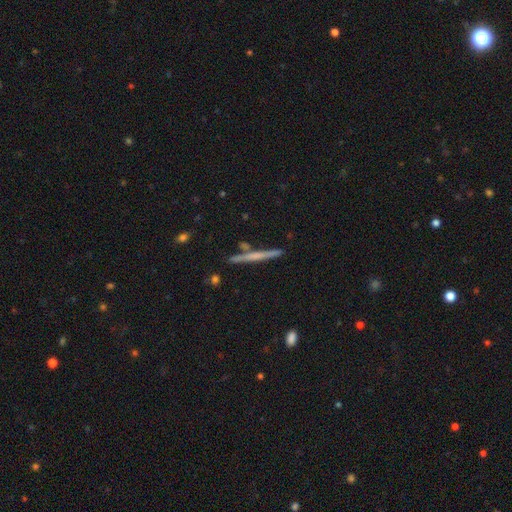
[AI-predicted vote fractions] Overall: featured or disk (56%; smooth 38%). Edge-on disk: yes (97%). Edge-on bulge: none (68%). Merging: none (86%).